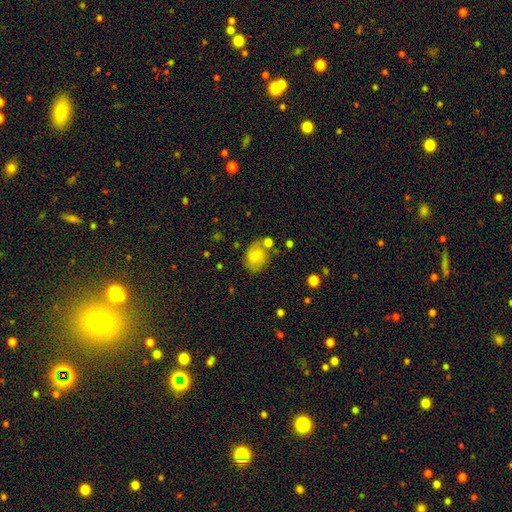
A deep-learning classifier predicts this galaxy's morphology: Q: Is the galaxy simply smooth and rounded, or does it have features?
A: smooth — 68%.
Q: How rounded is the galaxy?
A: in between — 55%.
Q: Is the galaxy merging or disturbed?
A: none — 61%.